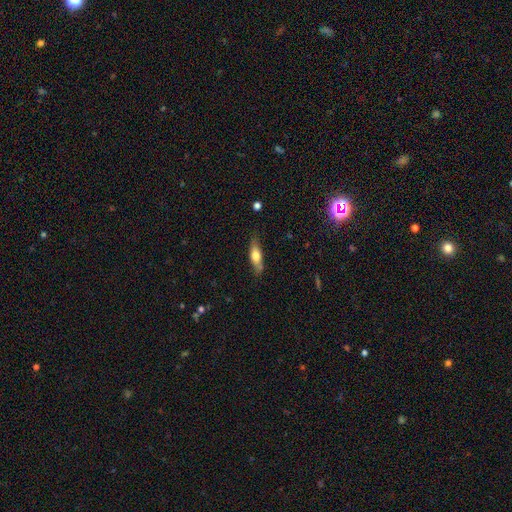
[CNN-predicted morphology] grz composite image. It shows a smooth galaxy with no disk features (59%) that is cigar-shaped (51%). Merging: none (76%).